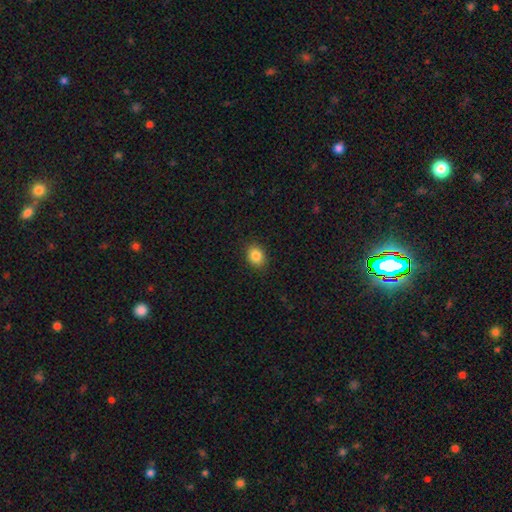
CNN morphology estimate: Smooth or featured? Predicted: smooth (p=0.85). How rounded? Predicted: in between (p=0.54). Merging? Predicted: none (p=0.89).